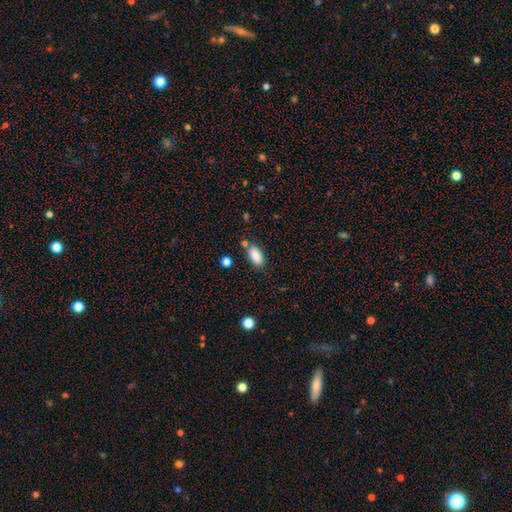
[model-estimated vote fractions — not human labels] A smooth galaxy with no disk features (87%) that is in between round and cigar-shaped (92%).

Vote fractions:
- Smooth or featured? smooth: 87% / star or artifact: 8% / featured or disk: 5%
- How rounded? in between: 92% / cigar-shaped: 5% / round: 3%
- Merging? none: 77% / minor disturbance: 14% / merger: 6% / major disturbance: 3%